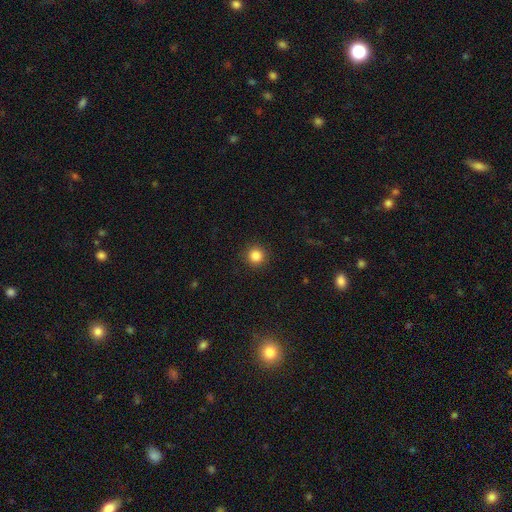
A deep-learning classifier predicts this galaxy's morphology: Smooth or featured?
  - smooth: 84% *
  - star or artifact: 12%
  - featured or disk: 4%
How rounded?
  - round: 96% *
  - in between: 3%
  - cigar-shaped: 1%
Merging?
  - none: 93% *
  - minor disturbance: 5%
  - major disturbance: 2%
  - merger: 1%